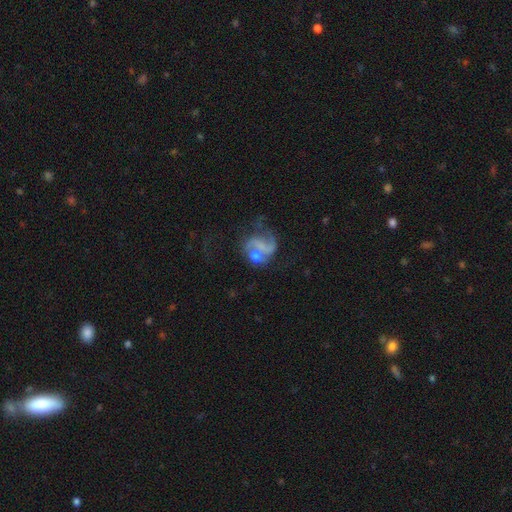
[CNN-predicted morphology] The model was most divided on "bulge size": moderate: 36%, small: 29%, none: 25%, large: 7%, dominant: 2%. Remaining: edge-on disk — no (98%); spiral arms — yes (69%); smooth or featured — featured or disk (64%); bar — no (62%); merging — major disturbance (34%).